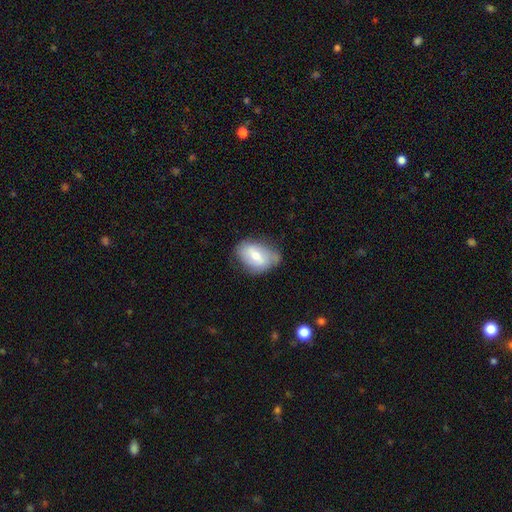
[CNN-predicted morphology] smooth 58%, featured or disk 35%, star or artifact 7%. Down the decision tree: how rounded — in between (84%); merging — none (57%).